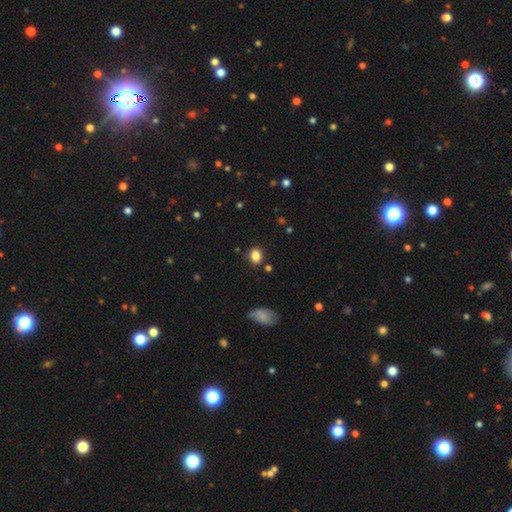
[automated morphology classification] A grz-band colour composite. It shows a smooth galaxy with no disk features (84%) that is in between round and cigar-shaped (57%). Merging: none (83%).